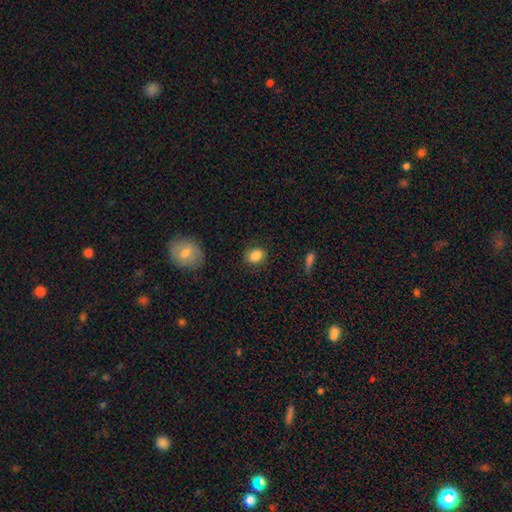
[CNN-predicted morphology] Smooth or featured?
  - smooth: 85% *
  - star or artifact: 9%
  - featured or disk: 6%
How rounded?
  - in between: 56% *
  - round: 43%
  - cigar-shaped: 1%
Merging?
  - none: 81% *
  - minor disturbance: 13%
  - major disturbance: 4%
  - merger: 2%